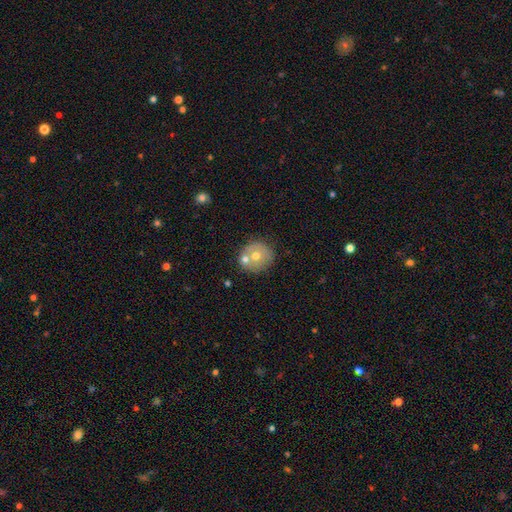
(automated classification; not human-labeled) This is likely a smooth galaxy (60%). How rounded: clearly round (90%). Merging: possibly none (59%).